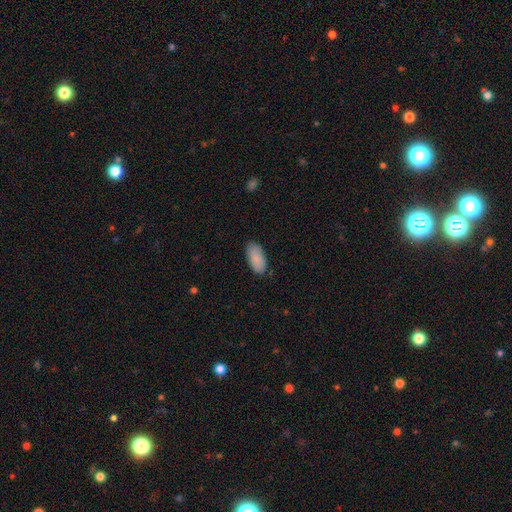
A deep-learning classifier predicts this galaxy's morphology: smooth 88%, featured or disk 7%, star or artifact 6%. Down the decision tree: how rounded — in between (94%); merging — none (83%).